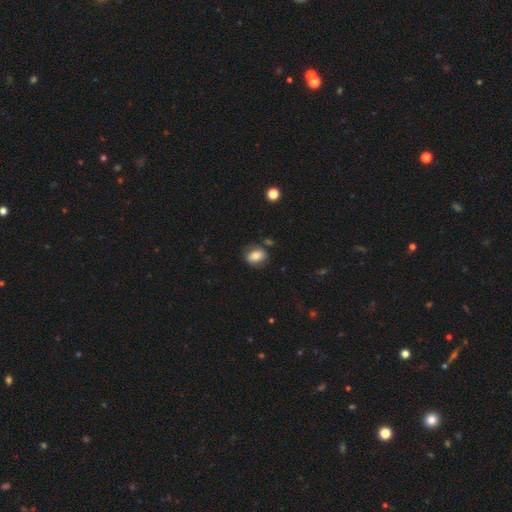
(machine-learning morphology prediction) This is likely a smooth galaxy (78%). How rounded: likely in between (67%). Merging: likely none (75%).